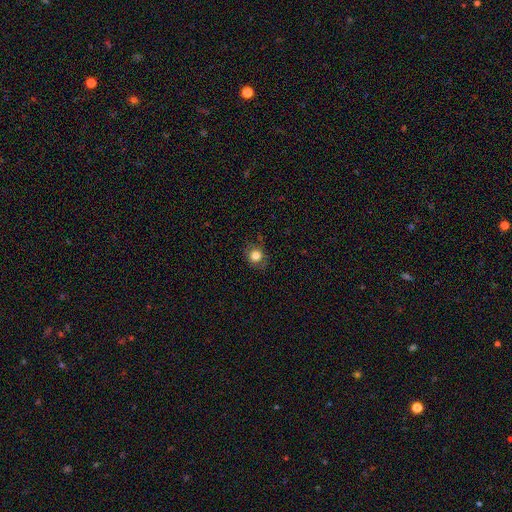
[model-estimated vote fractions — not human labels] This is clearly a smooth galaxy (81%). How rounded: clearly round (83%). Merging: likely none (80%).